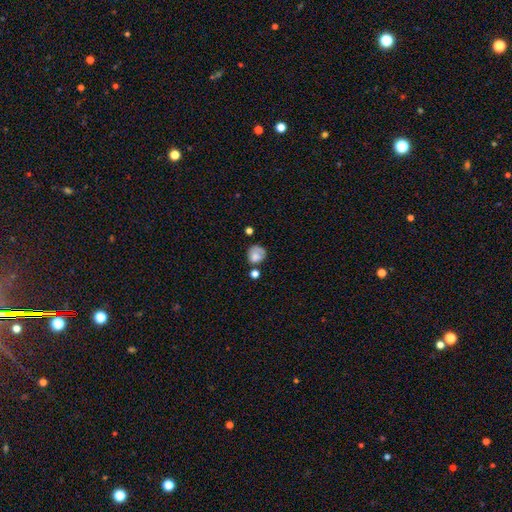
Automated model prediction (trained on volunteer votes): Smooth or featured? smooth (75%)
How rounded? round (73%)
Merging? none (48%)